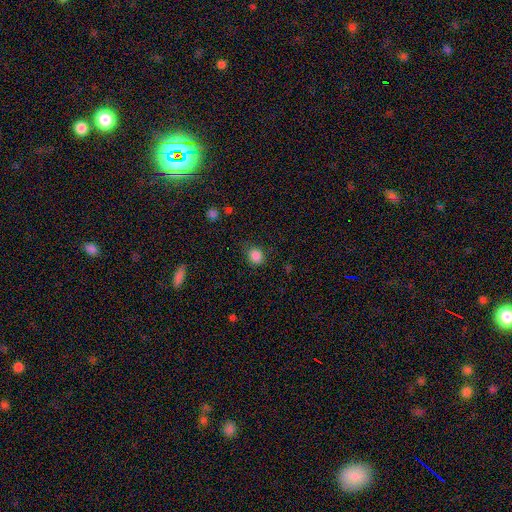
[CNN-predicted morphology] Smooth or featured? Predicted: smooth (p=0.85). How rounded? Predicted: round (p=0.78). Merging? Predicted: none (p=0.81).